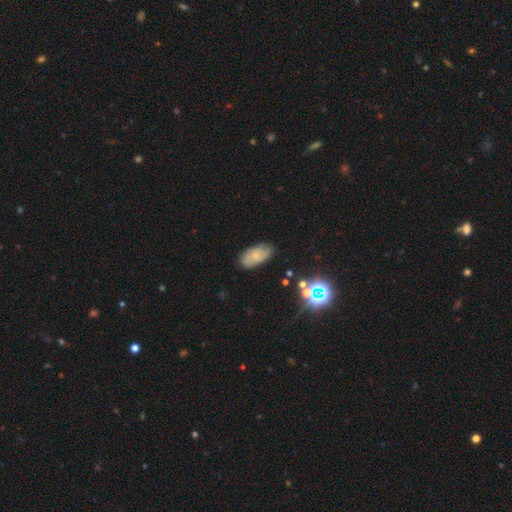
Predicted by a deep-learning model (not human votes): Smooth or featured?
  - smooth: 54% *
  - featured or disk: 36%
  - star or artifact: 10%
How rounded?
  - in between: 92% *
  - round: 5%
  - cigar-shaped: 4%
Merging?
  - none: 76% *
  - minor disturbance: 19%
  - major disturbance: 4%
  - merger: 2%